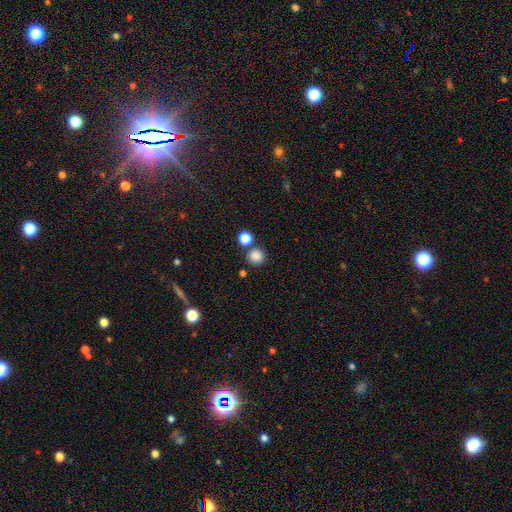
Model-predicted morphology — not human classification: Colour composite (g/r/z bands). It shows a smooth galaxy with no disk features (85%) that is round (93%). Merging: none (76%).